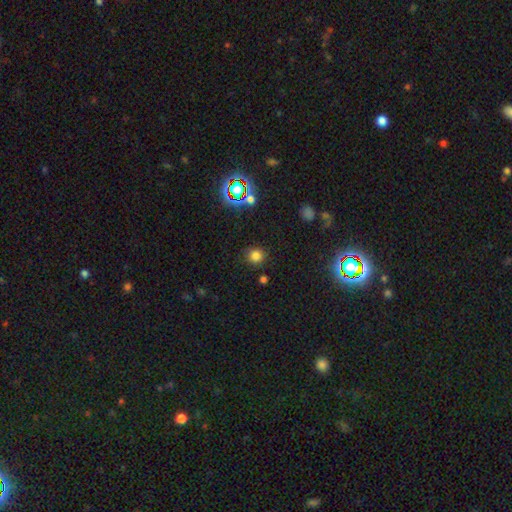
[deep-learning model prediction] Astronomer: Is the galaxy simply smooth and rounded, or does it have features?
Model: smooth — 76%.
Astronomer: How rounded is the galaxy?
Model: round — 89%.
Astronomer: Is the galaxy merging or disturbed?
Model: none — 86%.